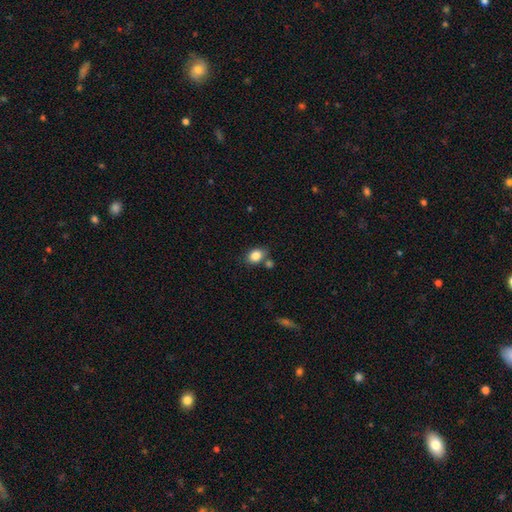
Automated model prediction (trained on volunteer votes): A smooth galaxy with no disk features (84%) that is in between round and cigar-shaped (68%).

Vote fractions:
- Smooth or featured? smooth: 84% / star or artifact: 9% / featured or disk: 6%
- How rounded? in between: 68% / round: 31% / cigar-shaped: 1%
- Merging? none: 67% / merger: 16% / minor disturbance: 14% / major disturbance: 4%